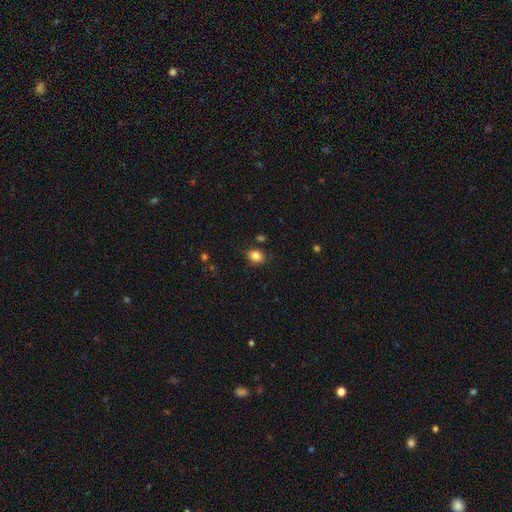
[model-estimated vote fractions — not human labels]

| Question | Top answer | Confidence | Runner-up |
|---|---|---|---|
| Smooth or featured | smooth | 85% | star or artifact (10%) |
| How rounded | in between | 58% | round (41%) |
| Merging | none | 82% | minor disturbance (12%) |